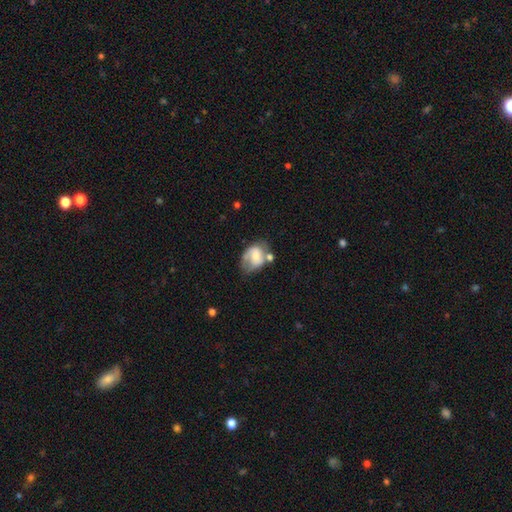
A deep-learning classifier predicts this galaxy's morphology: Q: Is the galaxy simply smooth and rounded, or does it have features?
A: featured or disk — 50%.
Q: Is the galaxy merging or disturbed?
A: none — 39%.